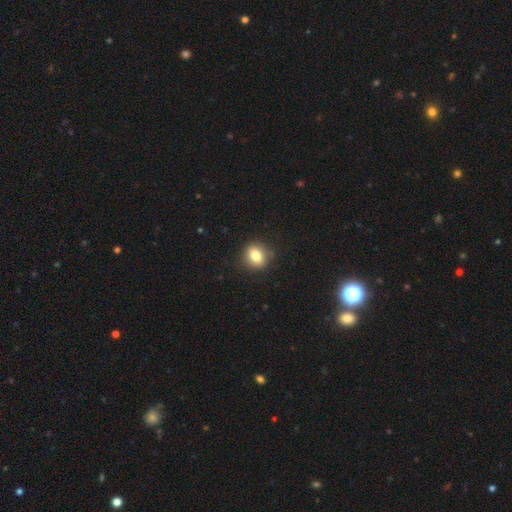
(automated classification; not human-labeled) Smooth or featured: smooth — 81% (star or artifact — 10%)
How rounded: round — 61% (in between — 37%)
Merging: none — 88% (minor disturbance — 8%)